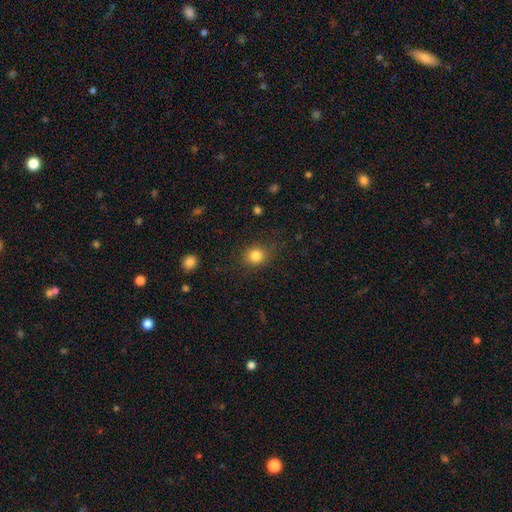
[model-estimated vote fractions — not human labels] This appears to be a smooth galaxy with no disk features (83%) that is round (75%). Merging: none (82%).